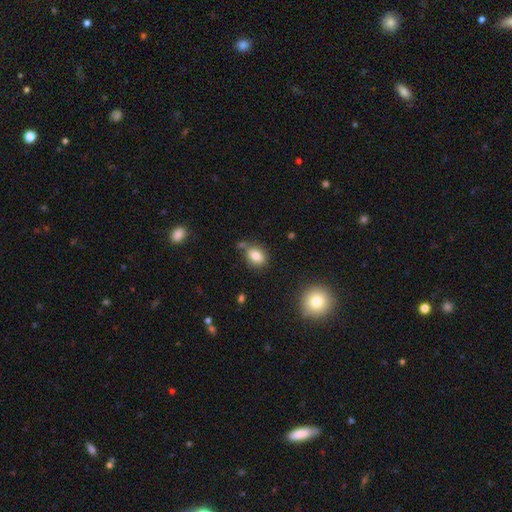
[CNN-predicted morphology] Smooth or featured? Predicted: smooth (p=0.82). How rounded? Predicted: in between (p=0.72). Merging? Predicted: none (p=0.66).